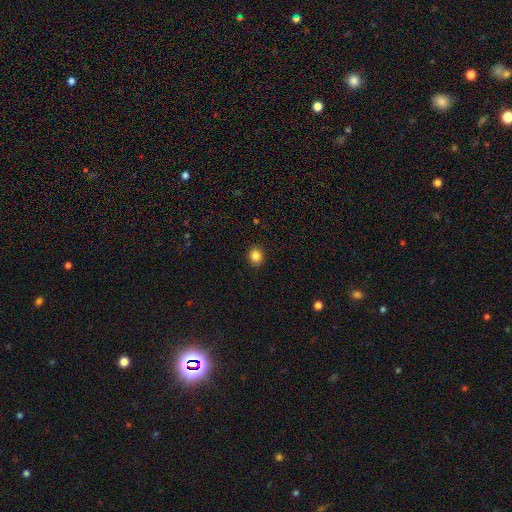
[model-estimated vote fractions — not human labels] Morphology: type=smooth (84%); roundness=round (78%); merging=none (91%).